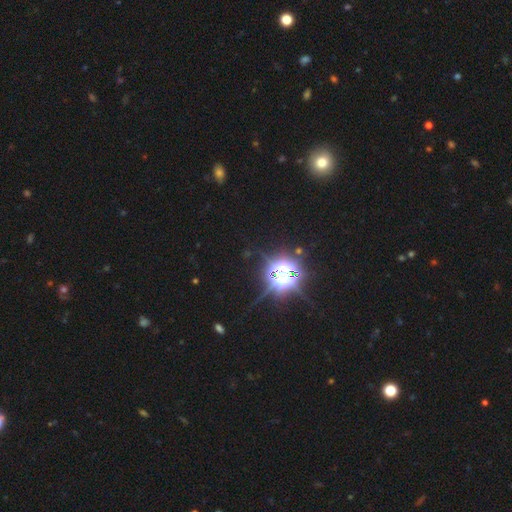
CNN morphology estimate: smooth_or_featured: star or artifact (p=0.81) [alt: smooth p=0.12]